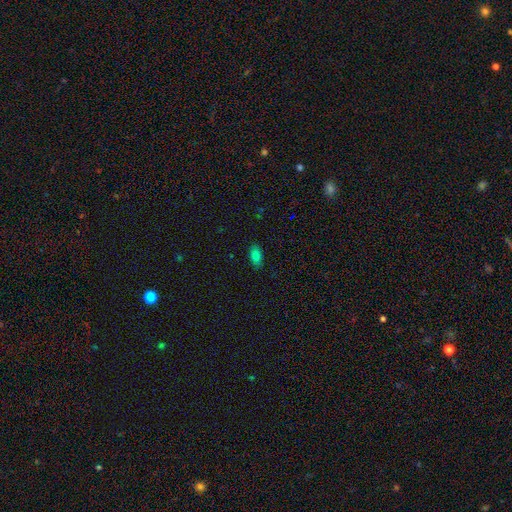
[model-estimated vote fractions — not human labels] smooth_or_featured: smooth (p=0.80) [alt: star or artifact p=0.11]
how_rounded: in between (p=0.90) [alt: round p=0.06]
merging: none (p=0.86) [alt: minor disturbance p=0.11]